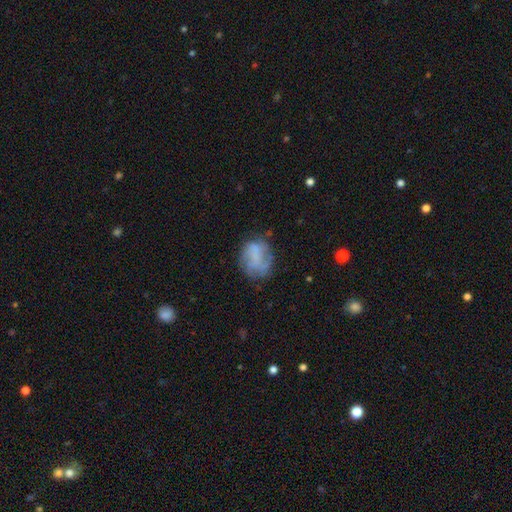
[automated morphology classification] type=smooth (47%); merging=none (57%).